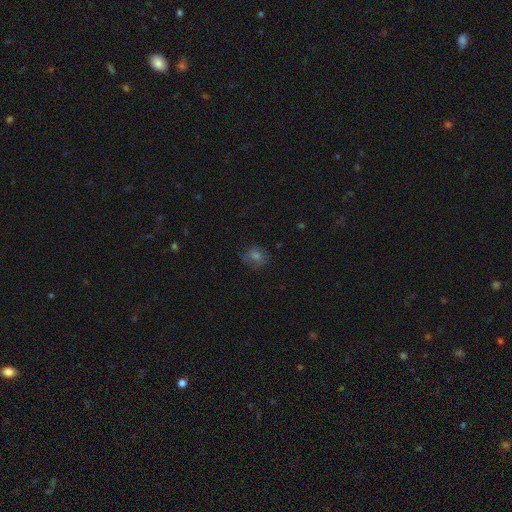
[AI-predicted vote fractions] Overall: smooth (61%; star or artifact 24%). How rounded: round (69%; in between 30%). Merging: none (76%).